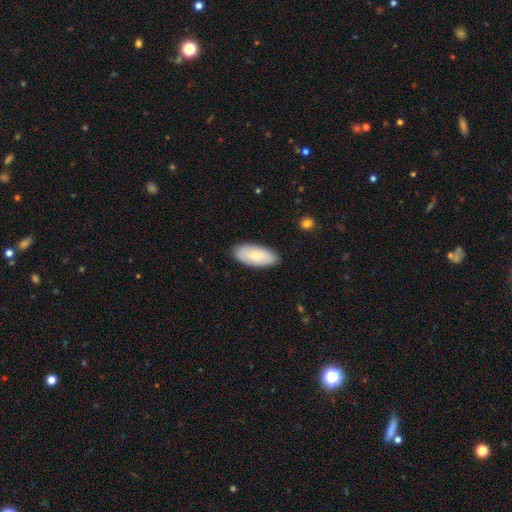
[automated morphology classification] smooth 74%, featured or disk 21%, star or artifact 5%. Down the decision tree: how rounded — in between (89%); merging — none (86%).